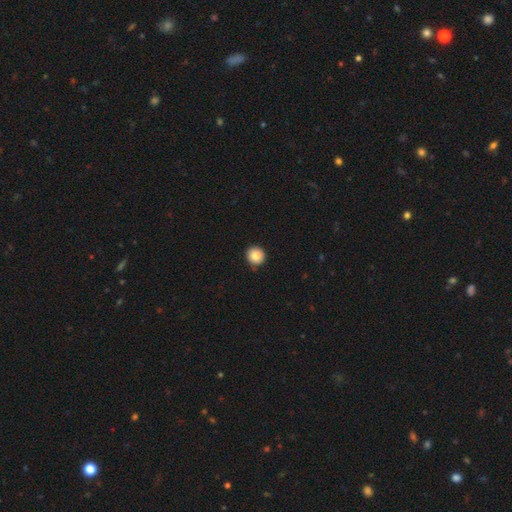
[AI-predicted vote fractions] smooth_or_featured: smooth (p=0.85) [alt: star or artifact p=0.09]
how_rounded: round (p=0.92) [alt: in between p=0.07]
merging: none (p=0.89) [alt: minor disturbance p=0.08]